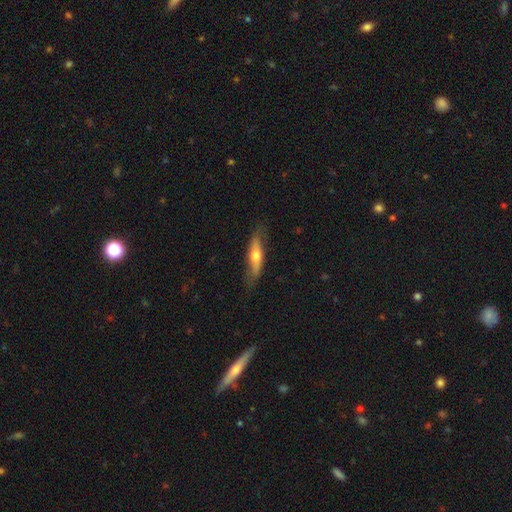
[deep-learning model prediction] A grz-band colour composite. It shows a smooth galaxy with no disk features (50%) that is cigar-shaped (68%). Merging: none (76%).